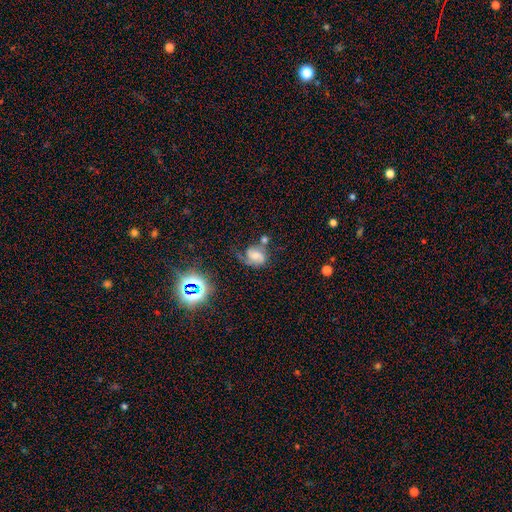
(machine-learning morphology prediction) Smooth or featured: featured or disk — 56% (smooth — 29%)
Edge-on disk: no — 97% (yes — 3%)
Bar: no — 47% (weak — 39%)
Spiral arms: yes — 87% (no — 13%)
Bulge size: moderate — 42% (small — 32%)
Merging: none — 40% (minor disturbance — 26%)